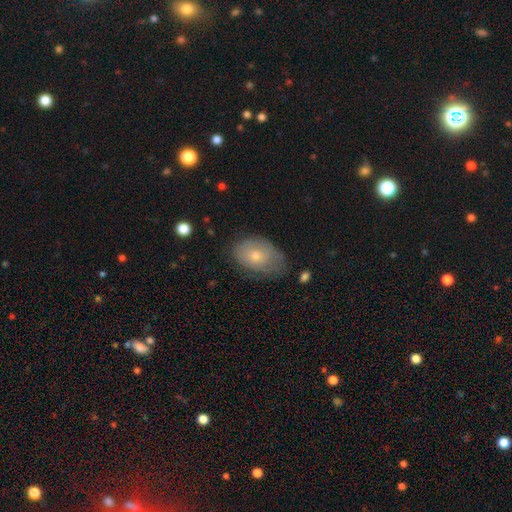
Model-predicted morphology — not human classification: Smooth or featured? smooth (63%)
How rounded? in between (83%)
Merging? none (61%)